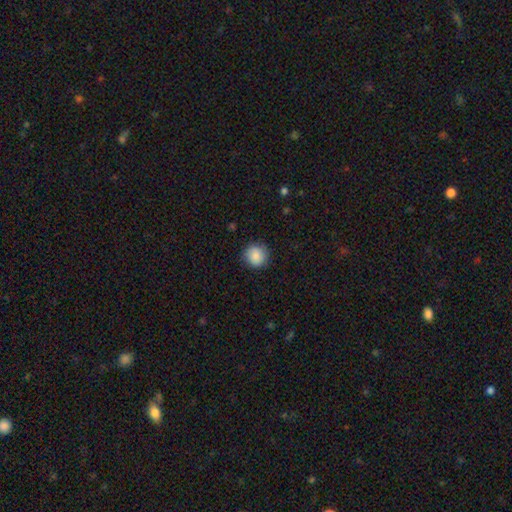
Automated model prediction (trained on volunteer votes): smooth 86%, star or artifact 8%, featured or disk 6%. Down the decision tree: how rounded — round (91%); merging — none (86%).